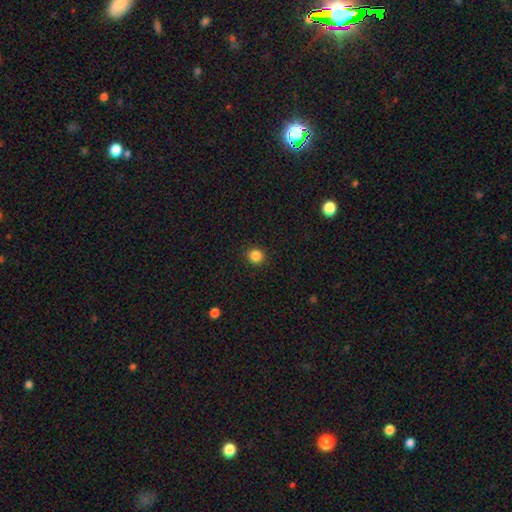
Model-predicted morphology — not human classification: This is clearly a smooth galaxy (85%). How rounded: clearly round (92%). Merging: clearly none (92%).